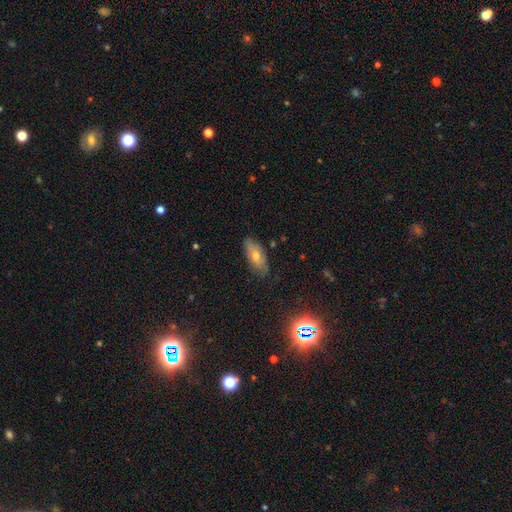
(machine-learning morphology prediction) Q: Smooth or featured?
A: smooth (47%); runner-up: featured or disk (36%)
Q: Merging?
A: none (80%); runner-up: minor disturbance (16%)